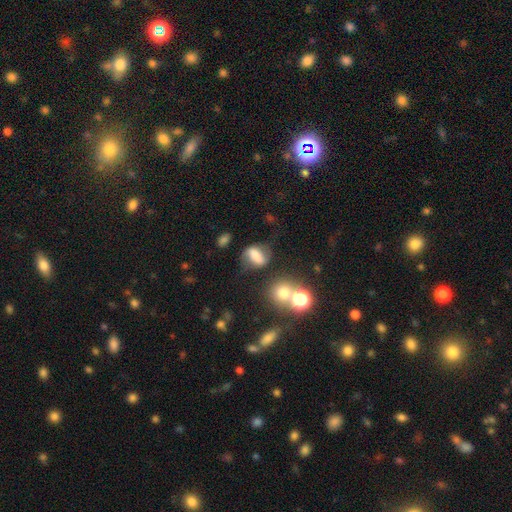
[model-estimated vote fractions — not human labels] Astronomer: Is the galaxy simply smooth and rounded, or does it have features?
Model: smooth — 57%.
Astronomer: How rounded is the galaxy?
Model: in between — 65%.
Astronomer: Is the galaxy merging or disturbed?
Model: none — 55%.